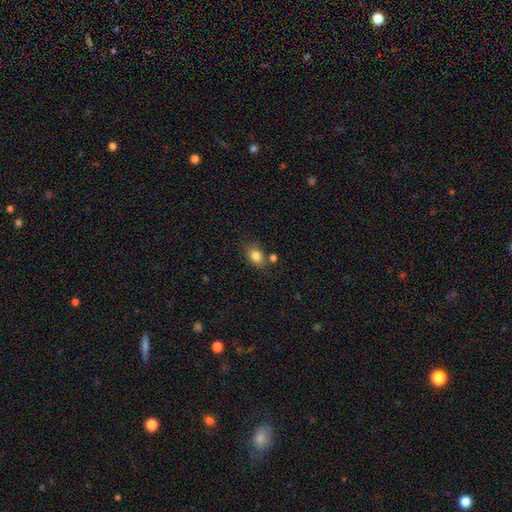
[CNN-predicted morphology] A smooth galaxy with no disk features (82%) that is in between round and cigar-shaped (68%). Merging: none (69%).